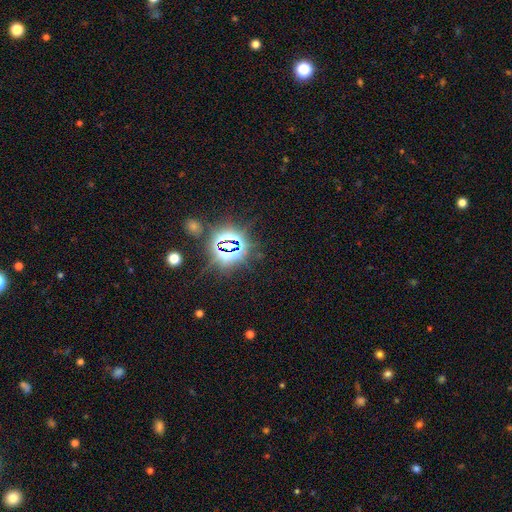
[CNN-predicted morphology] smooth-or-featured: star or artifact: 82% | smooth: 11% | featured or disk: 7%